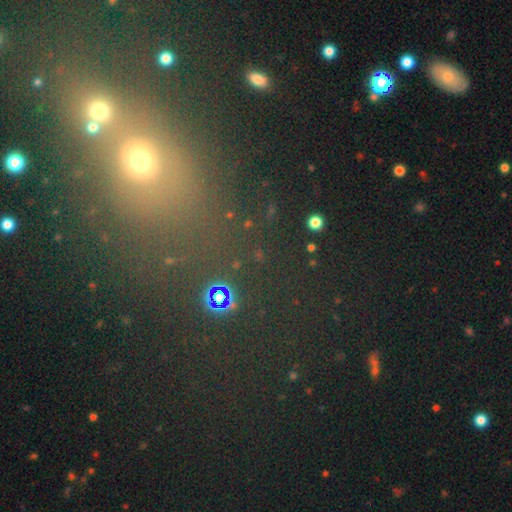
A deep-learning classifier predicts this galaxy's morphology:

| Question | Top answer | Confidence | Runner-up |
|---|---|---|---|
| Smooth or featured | star or artifact | 51% | smooth (37%) |